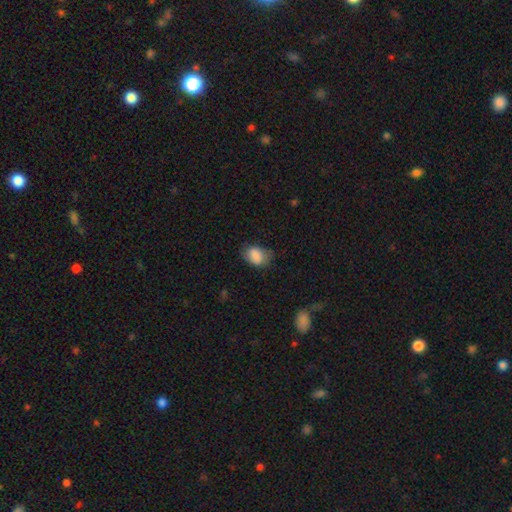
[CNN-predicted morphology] A smooth galaxy with no disk features (84%) that is in between round and cigar-shaped (77%). Merging: none (56%).